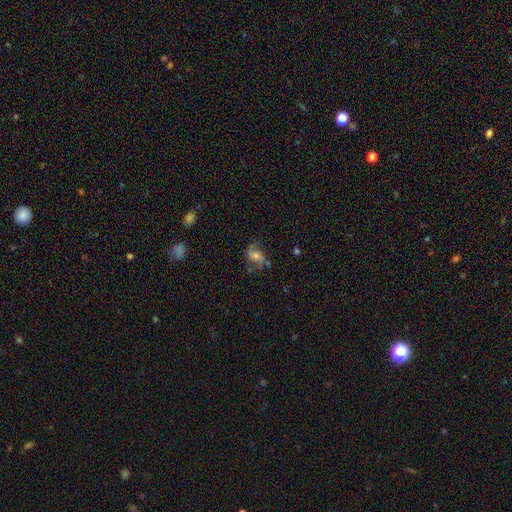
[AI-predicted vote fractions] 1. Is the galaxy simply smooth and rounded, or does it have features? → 66% featured or disk, 20% smooth, 13% star or artifact.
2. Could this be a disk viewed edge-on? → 96% no, 4% yes.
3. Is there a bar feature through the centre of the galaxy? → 46% no, 39% weak, 15% strong.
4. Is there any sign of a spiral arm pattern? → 90% yes, 10% no.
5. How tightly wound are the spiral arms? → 55% loose, 35% medium, 10% tight.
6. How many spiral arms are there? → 86% 2, 6% can't tell, 4% 1, 2% 3, 1% 4, 1% more than 4.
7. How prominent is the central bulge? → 53% moderate, 32% small, 9% large, 5% none, 2% dominant.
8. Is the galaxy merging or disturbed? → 68% none, 18% minor disturbance, 11% major disturbance, 2% merger.